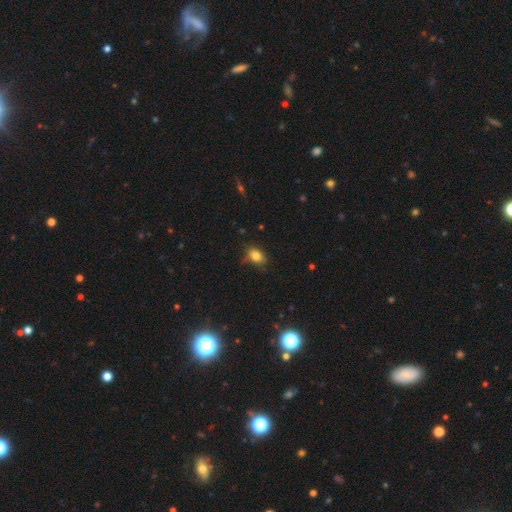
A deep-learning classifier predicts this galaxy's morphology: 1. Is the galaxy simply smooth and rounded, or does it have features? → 81% smooth, 11% star or artifact, 8% featured or disk.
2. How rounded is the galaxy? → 70% in between, 28% round, 1% cigar-shaped.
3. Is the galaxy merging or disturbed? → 72% none, 21% minor disturbance, 4% major disturbance, 2% merger.